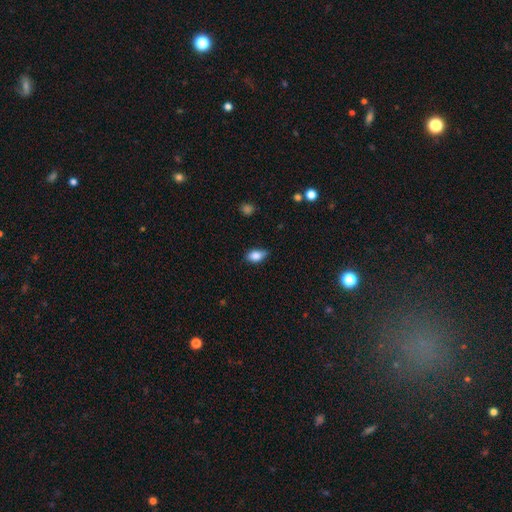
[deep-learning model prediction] Smooth or featured?
  - smooth: 84% *
  - star or artifact: 8%
  - featured or disk: 8%
How rounded?
  - in between: 87% *
  - round: 9%
  - cigar-shaped: 4%
Merging?
  - none: 68% *
  - minor disturbance: 26%
  - major disturbance: 4%
  - merger: 1%